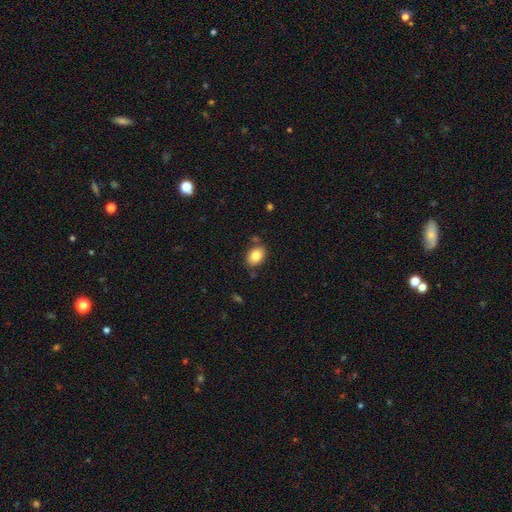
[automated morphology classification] A smooth galaxy with no disk features (82%) that is in between round and cigar-shaped (77%). Merging: none (81%).